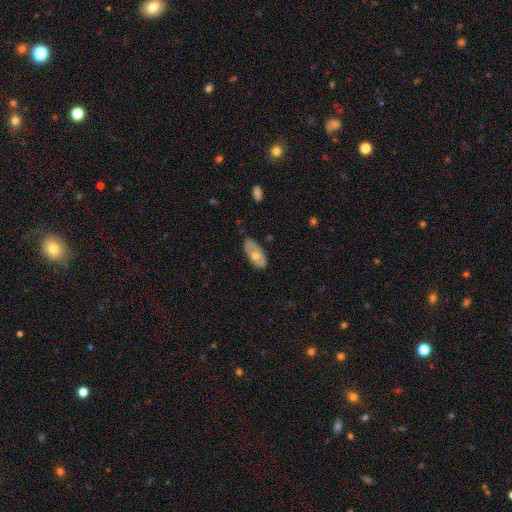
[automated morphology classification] type=smooth (48%); merging=none (76%).